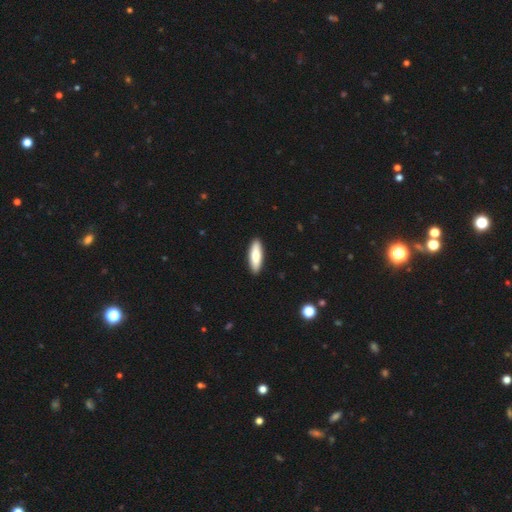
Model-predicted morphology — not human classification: Smooth or featured? smooth (80%)
How rounded? cigar-shaped (51%)
Merging? none (91%)